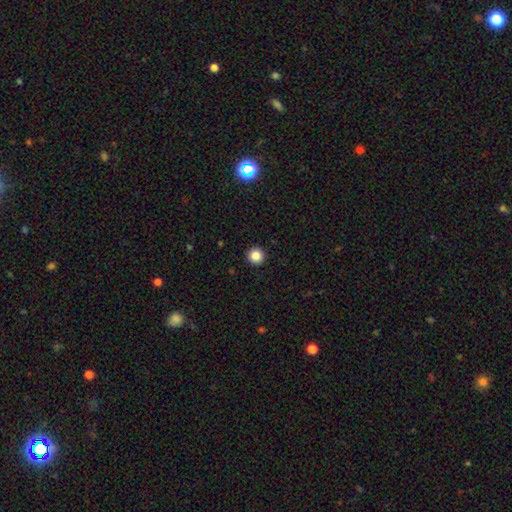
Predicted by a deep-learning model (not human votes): A smooth galaxy with no disk features (86%) that is round (95%).

Vote fractions:
- Smooth or featured? smooth: 86% / star or artifact: 10% / featured or disk: 4%
- How rounded? round: 95% / in between: 4% / cigar-shaped: 1%
- Merging? none: 93% / minor disturbance: 4% / major disturbance: 2% / merger: 1%